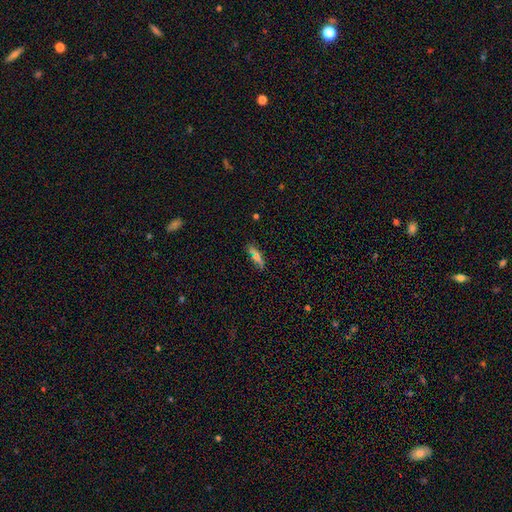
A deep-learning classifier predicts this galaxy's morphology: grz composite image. It shows a smooth galaxy with no disk features (55%) that is cigar-shaped (53%). Merging: none (80%).